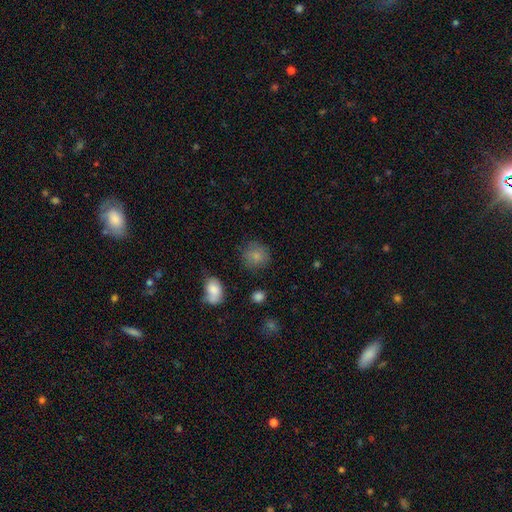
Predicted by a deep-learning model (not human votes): Smooth or featured: smooth — 83% (star or artifact — 10%)
How rounded: round — 85% (in between — 14%)
Merging: none — 81% (minor disturbance — 13%)